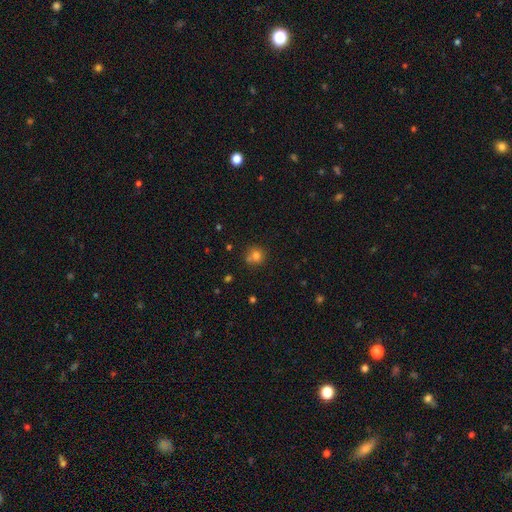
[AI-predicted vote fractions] Smooth or featured? Predicted: smooth (p=0.77). How rounded? Predicted: round (p=0.87). Merging? Predicted: none (p=0.63).